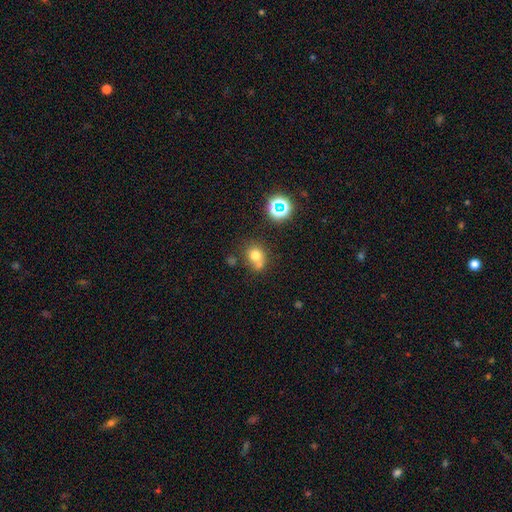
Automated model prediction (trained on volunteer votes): This is likely a smooth galaxy (71%). How rounded: likely round (76%). Merging: possibly none (50%).